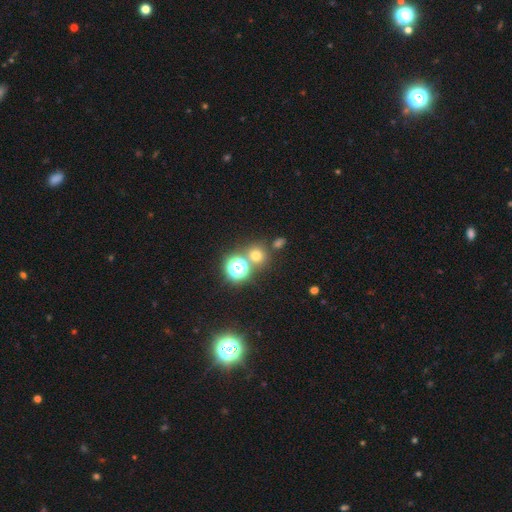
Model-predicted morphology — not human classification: Smooth or featured: smooth — 63% (star or artifact — 29%)
How rounded: round — 88% (in between — 11%)
Merging: none — 71% (merger — 17%)